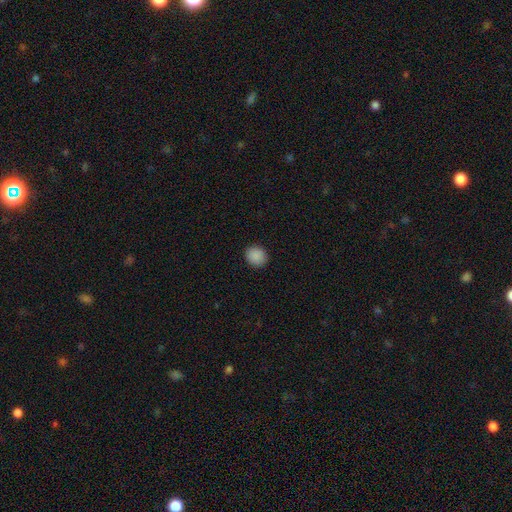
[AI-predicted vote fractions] smooth_or_featured: smooth (p=0.89) [alt: star or artifact p=0.09]
how_rounded: round (p=0.83) [alt: in between p=0.16]
merging: none (p=0.92) [alt: minor disturbance p=0.06]